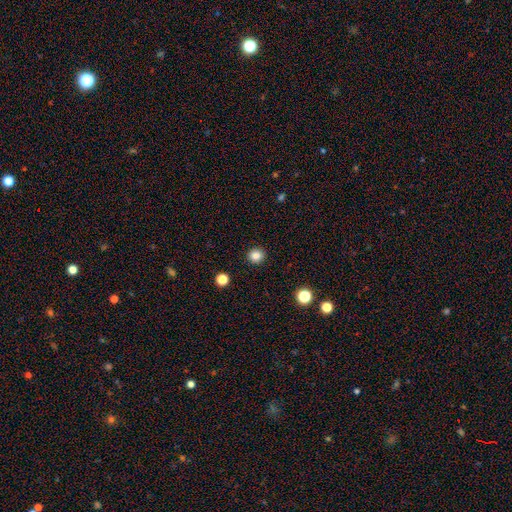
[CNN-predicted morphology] smooth-or-featured: smooth: 84% | star or artifact: 12% | featured or disk: 4%
  how-rounded: round: 91% | in between: 8% | cigar-shaped: 1%
  merging: none: 92% | minor disturbance: 5% | major disturbance: 2% | merger: 1%